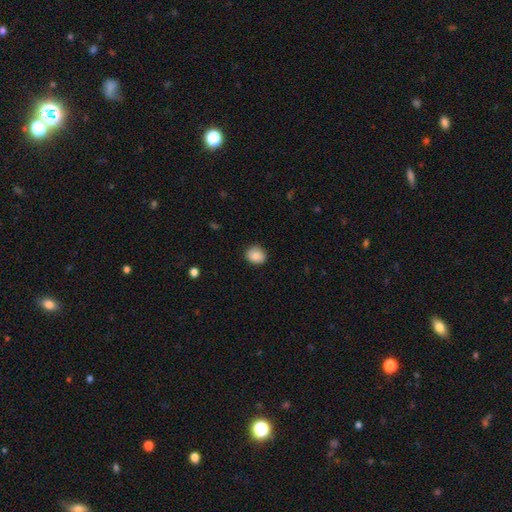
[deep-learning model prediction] smooth 87%, star or artifact 8%, featured or disk 5%. Down the decision tree: how rounded — round (69%); merging — none (87%).